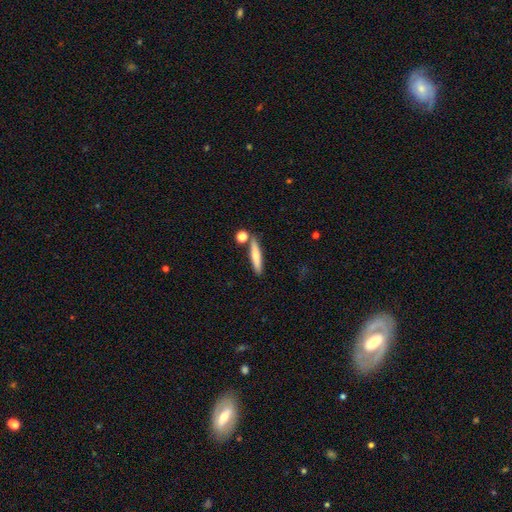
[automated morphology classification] This is likely a smooth galaxy (66%). How rounded: clearly cigar-shaped (87%). Merging: likely none (79%).